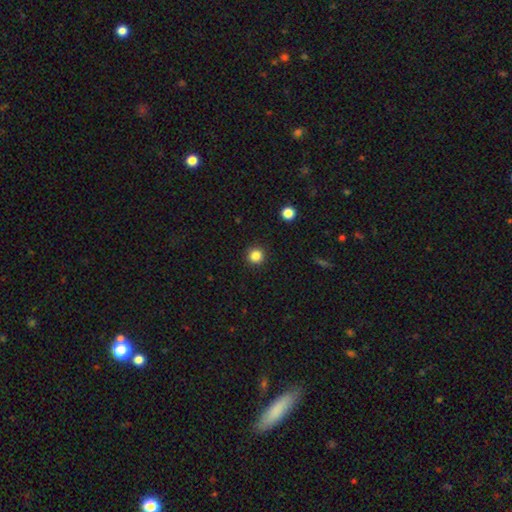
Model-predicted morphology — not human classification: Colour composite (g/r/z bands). It shows a smooth galaxy with no disk features (84%) that is round (95%). Merging: none (92%).